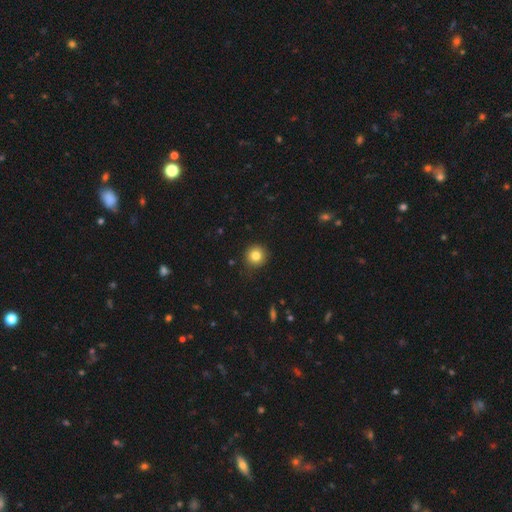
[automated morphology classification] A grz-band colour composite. It shows a smooth galaxy with no disk features (82%) that is round (94%). Merging: none (88%).